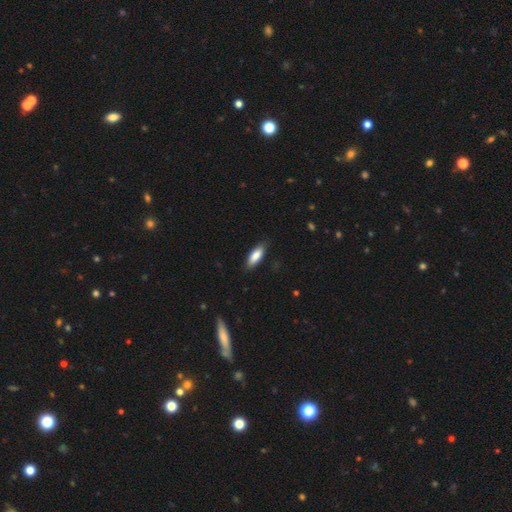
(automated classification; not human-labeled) A smooth galaxy with no disk features (84%) that is in between round and cigar-shaped (69%). Merging: none (80%).